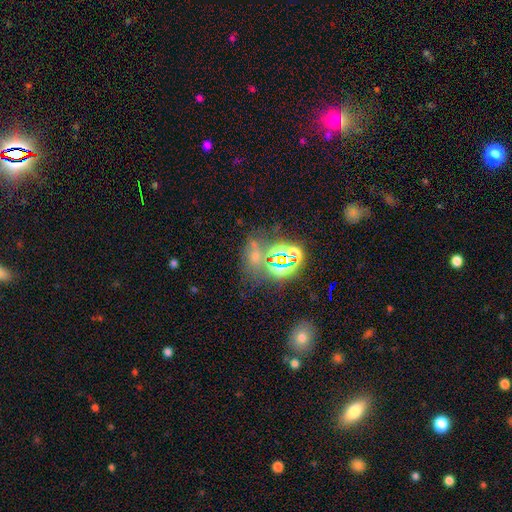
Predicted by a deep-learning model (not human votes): Smooth or featured? star or artifact (52%)